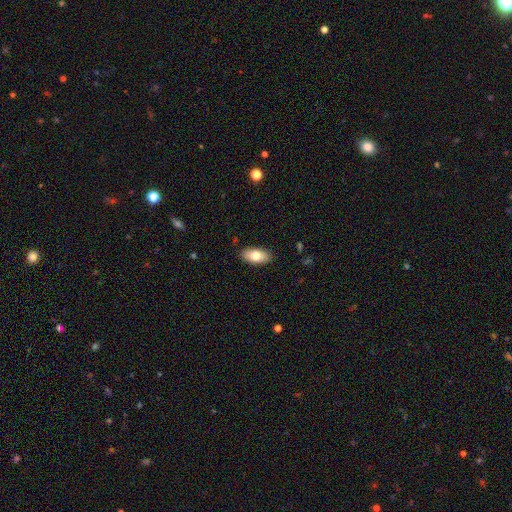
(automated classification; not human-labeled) The model was most divided on "smooth or featured": smooth: 77%, featured or disk: 17%, star or artifact: 6%. More confident: how rounded — in between (91%); merging — none (89%).